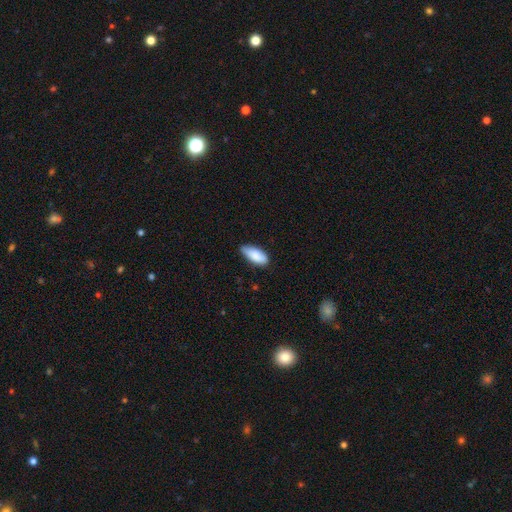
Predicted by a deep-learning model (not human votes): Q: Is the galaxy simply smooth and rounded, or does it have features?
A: smooth — 88%.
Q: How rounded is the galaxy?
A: in between — 87%.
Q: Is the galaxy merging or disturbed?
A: none — 72%.